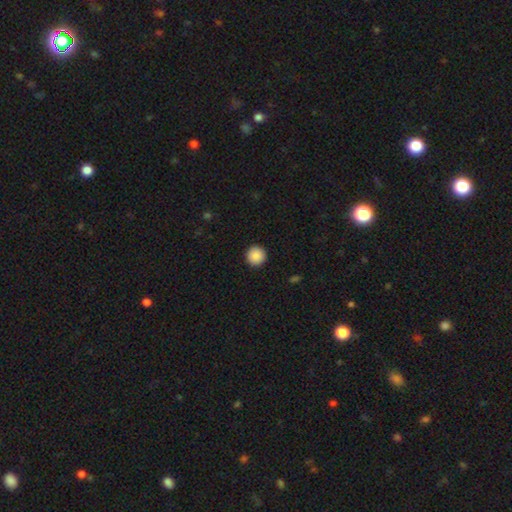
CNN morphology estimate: This is clearly a smooth galaxy (89%). How rounded: clearly round (96%). Merging: clearly none (93%).